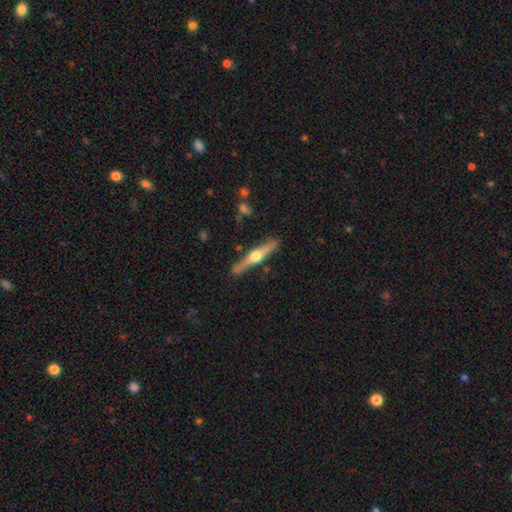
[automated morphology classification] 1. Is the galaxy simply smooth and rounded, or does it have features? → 71% featured or disk, 24% smooth, 5% star or artifact.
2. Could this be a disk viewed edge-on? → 97% yes, 3% no.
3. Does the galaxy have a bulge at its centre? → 95% rounded, 2% boxy, 2% none.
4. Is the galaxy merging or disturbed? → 87% none, 9% minor disturbance, 2% merger, 2% major disturbance.